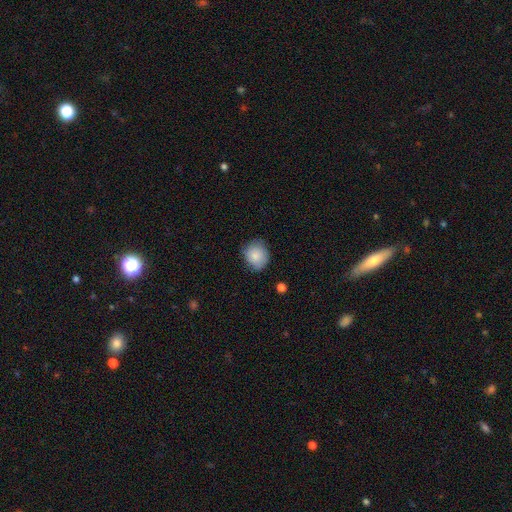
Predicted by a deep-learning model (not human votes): Smooth or featured? smooth (85%)
How rounded? round (70%)
Merging? none (70%)